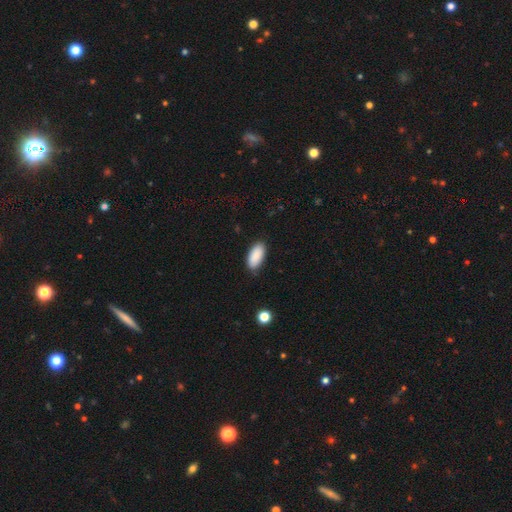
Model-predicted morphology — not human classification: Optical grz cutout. It shows a smooth galaxy with no disk features (90%) that is in between round and cigar-shaped (92%). Merging: none (85%).